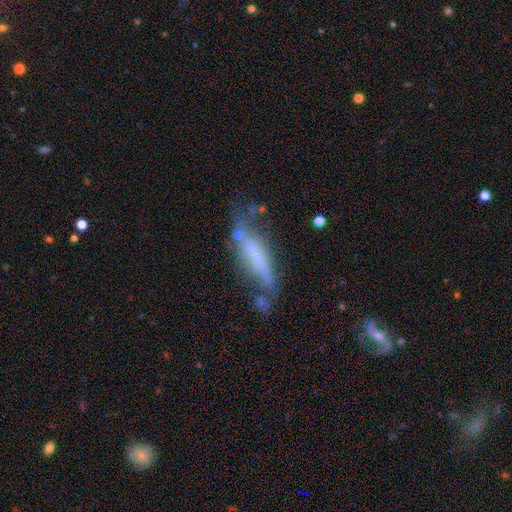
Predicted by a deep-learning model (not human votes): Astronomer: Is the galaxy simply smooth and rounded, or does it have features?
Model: smooth — 46% (runner-up: featured or disk, 44%).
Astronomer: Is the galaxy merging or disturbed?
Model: none — 39% (runner-up: minor disturbance, 29%).